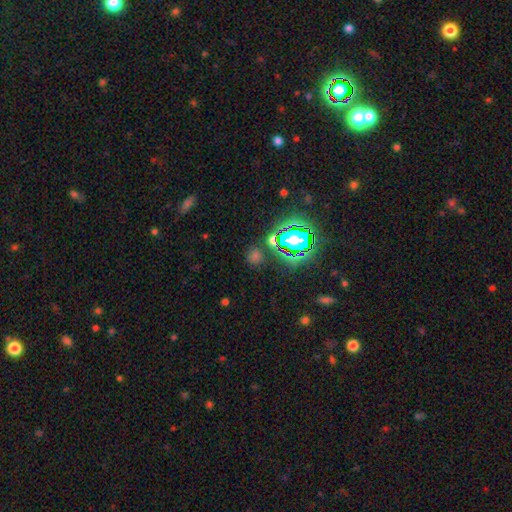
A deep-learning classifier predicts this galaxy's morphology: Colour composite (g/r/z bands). It shows a star or artifact, not a galaxy (57%).